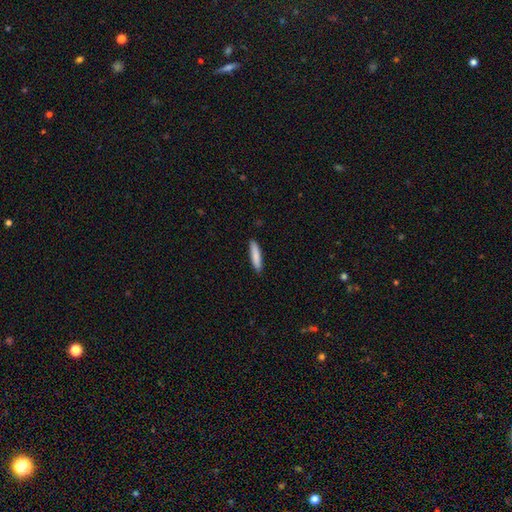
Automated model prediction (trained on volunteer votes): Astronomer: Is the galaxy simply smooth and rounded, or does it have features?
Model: smooth — 85%.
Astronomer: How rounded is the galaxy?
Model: cigar-shaped — 82%.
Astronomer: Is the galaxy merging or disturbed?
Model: none — 88%.